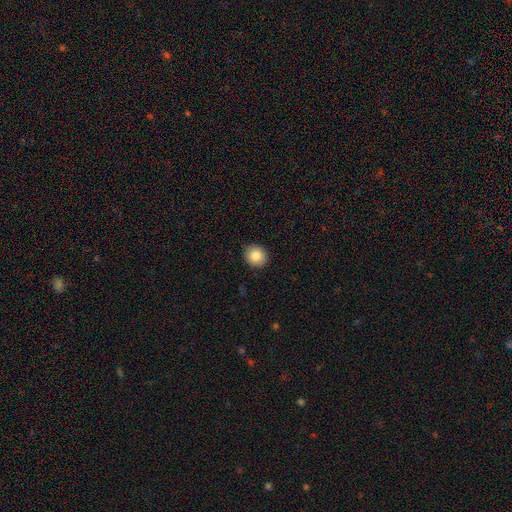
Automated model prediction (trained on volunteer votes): smooth_or_featured: smooth (p=0.84) [alt: star or artifact p=0.09]
how_rounded: round (p=0.85) [alt: in between p=0.14]
merging: none (p=0.91) [alt: minor disturbance p=0.06]